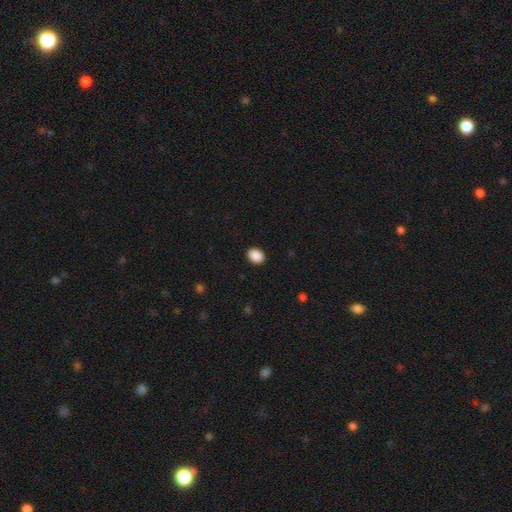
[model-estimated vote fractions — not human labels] Smooth or featured?
  - smooth: 90% *
  - star or artifact: 8%
  - featured or disk: 2%
How rounded?
  - in between: 70% *
  - round: 29%
  - cigar-shaped: 1%
Merging?
  - none: 91% *
  - minor disturbance: 6%
  - major disturbance: 2%
  - merger: 1%